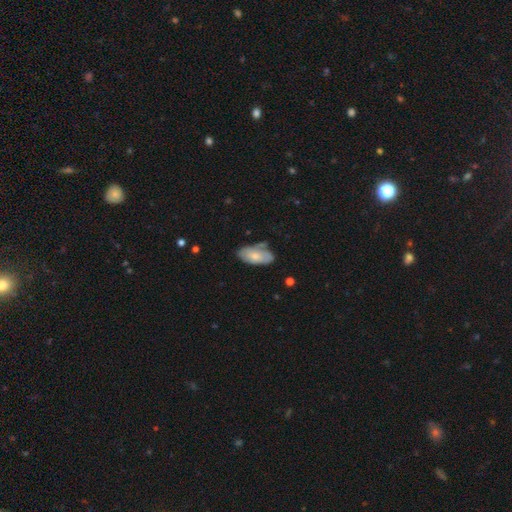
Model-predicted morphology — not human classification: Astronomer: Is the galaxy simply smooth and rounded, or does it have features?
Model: smooth — 65%.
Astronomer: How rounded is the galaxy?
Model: in between — 93%.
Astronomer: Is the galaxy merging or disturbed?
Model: none — 56% (runner-up: minor disturbance, 31%).